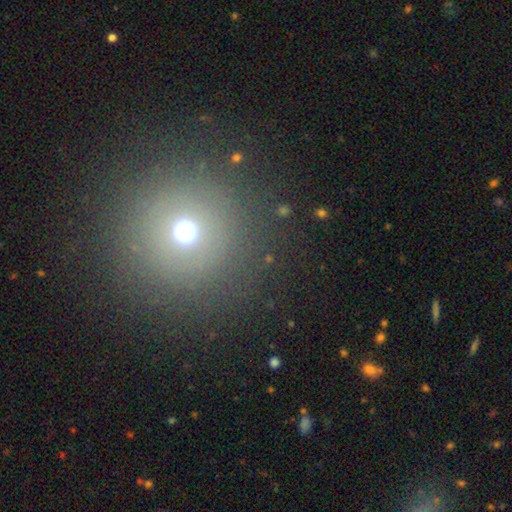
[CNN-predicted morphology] smooth-or-featured: smooth: 63% | star or artifact: 27% | featured or disk: 11%
  how-rounded: round: 96% | in between: 3% | cigar-shaped: 1%
  merging: none: 90% | minor disturbance: 5% | major disturbance: 3% | merger: 1%